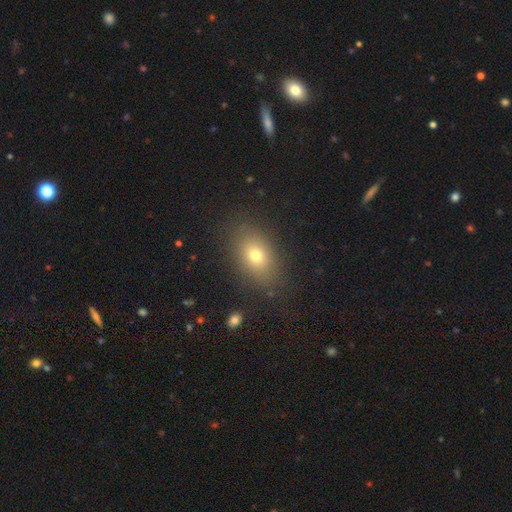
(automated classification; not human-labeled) A smooth galaxy with no disk features (71%) that is in between round and cigar-shaped (81%). Merging: none (84%).